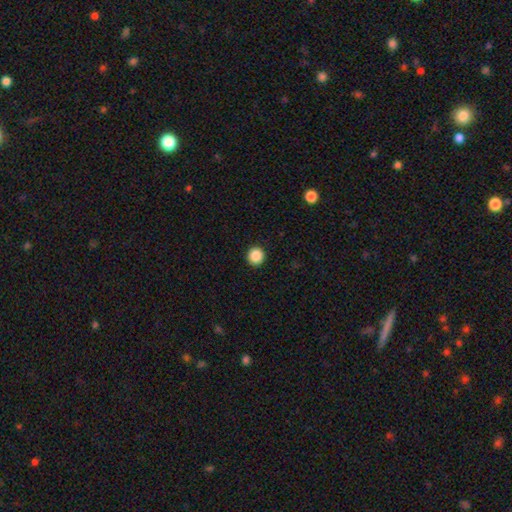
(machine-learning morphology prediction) Smooth or featured? smooth (88%)
How rounded? round (95%)
Merging? none (94%)